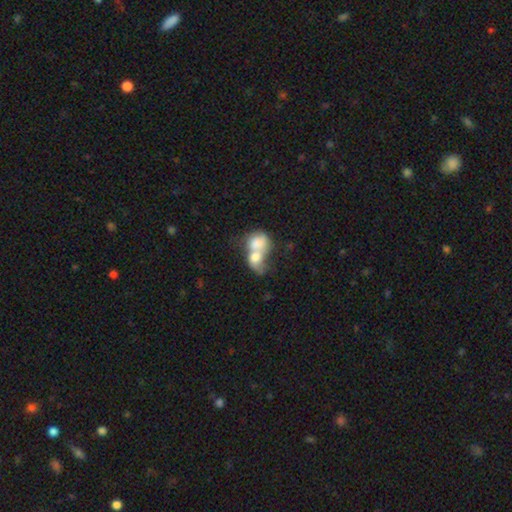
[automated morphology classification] Overall: smooth (66%; featured or disk 26%). How rounded: in between (61%; round 37%). Merging: merger (82%).